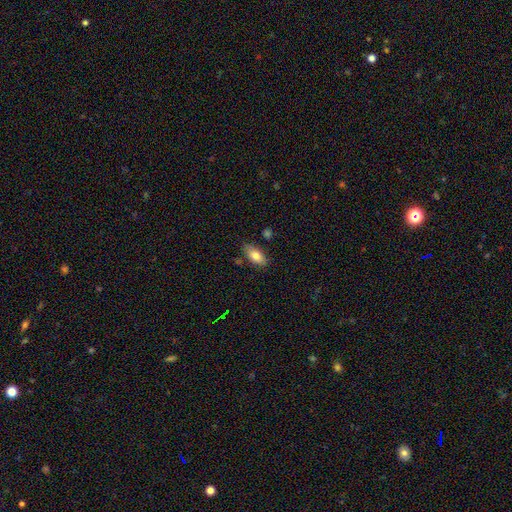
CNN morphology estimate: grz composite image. It shows a smooth galaxy with no disk features (78%) that is in between round and cigar-shaped (89%). Merging: none (80%).